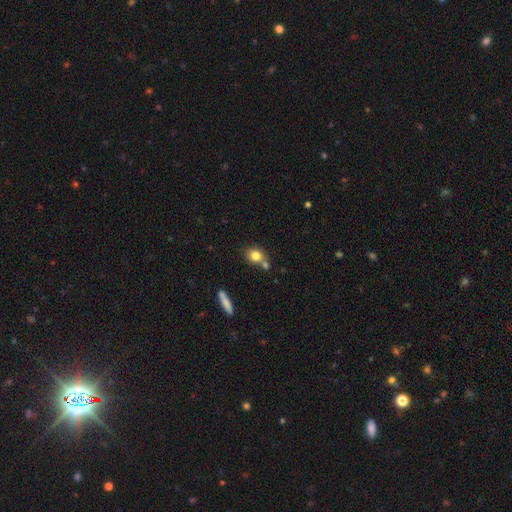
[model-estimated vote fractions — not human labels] Overall: smooth (79%). How rounded: round (66%; in between 32%). Merging: none (56%; merger 29%).